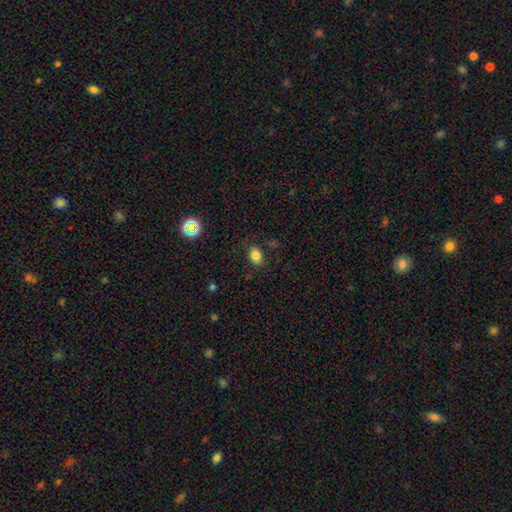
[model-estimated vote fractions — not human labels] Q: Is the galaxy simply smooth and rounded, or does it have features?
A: smooth — 80%.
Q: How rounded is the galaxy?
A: in between — 71%.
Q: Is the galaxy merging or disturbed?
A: none — 80%.